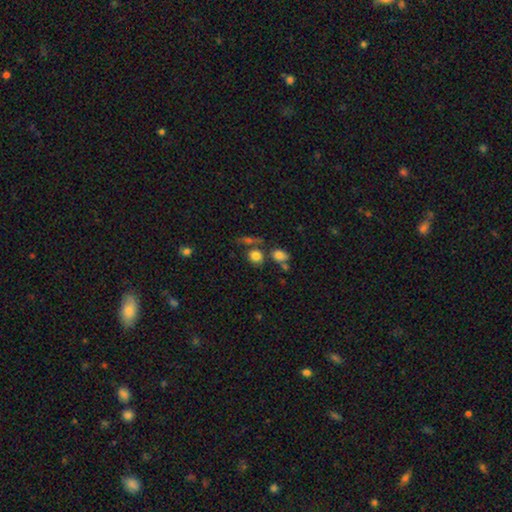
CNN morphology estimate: A smooth galaxy with no disk features (79%) that is round (72%).

Vote fractions:
- Smooth or featured? smooth: 79% / star or artifact: 13% / featured or disk: 9%
- How rounded? round: 72% / in between: 26% / cigar-shaped: 2%
- Merging? none: 61% / merger: 21% / minor disturbance: 12% / major disturbance: 6%